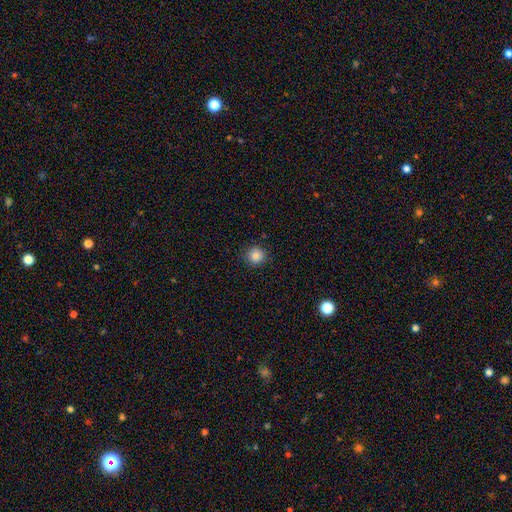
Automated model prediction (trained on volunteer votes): Smooth or featured: smooth — 85% (star or artifact — 11%)
How rounded: round — 92% (in between — 7%)
Merging: none — 89% (minor disturbance — 8%)